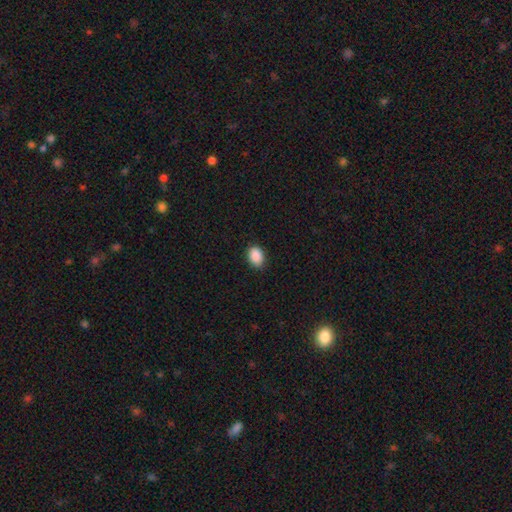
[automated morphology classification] Smooth or featured? Predicted: smooth (p=0.90). How rounded? Predicted: in between (p=0.73). Merging? Predicted: none (p=0.87).